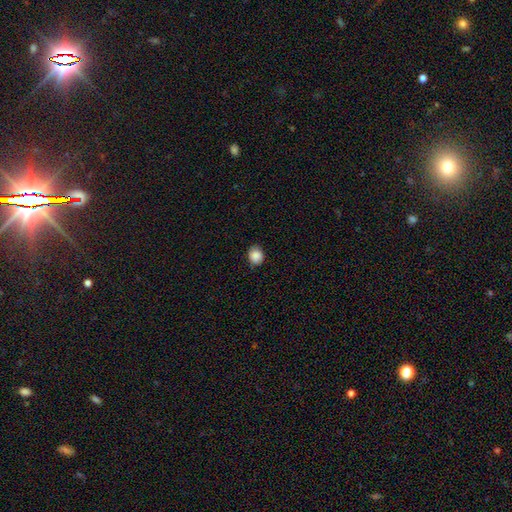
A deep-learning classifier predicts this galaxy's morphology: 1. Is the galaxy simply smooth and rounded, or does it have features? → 88% smooth, 9% star or artifact, 4% featured or disk.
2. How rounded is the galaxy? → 69% round, 30% in between, 1% cigar-shaped.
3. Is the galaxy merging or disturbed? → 82% none, 14% minor disturbance, 3% major disturbance, 1% merger.